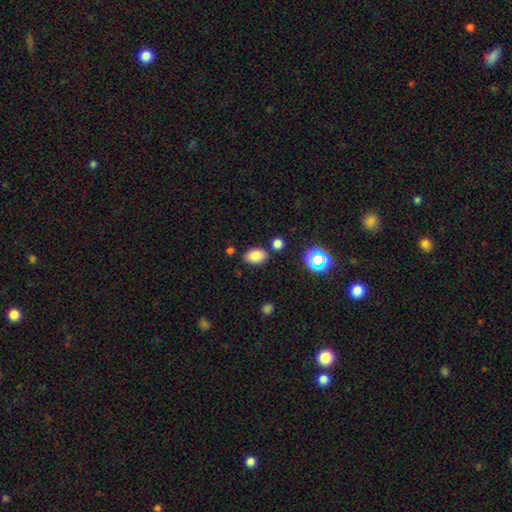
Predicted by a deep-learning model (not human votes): A smooth galaxy with no disk features (81%) that is in between round and cigar-shaped (86%). Merging: none (79%).